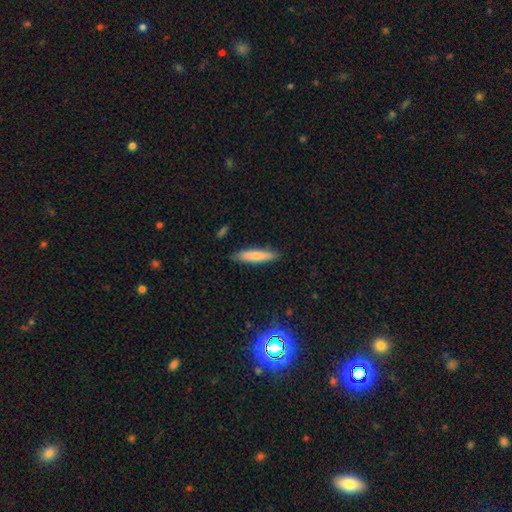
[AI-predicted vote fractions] Smooth or featured: smooth — 78% (featured or disk — 16%)
How rounded: cigar-shaped — 84% (in between — 14%)
Merging: none — 86% (minor disturbance — 11%)